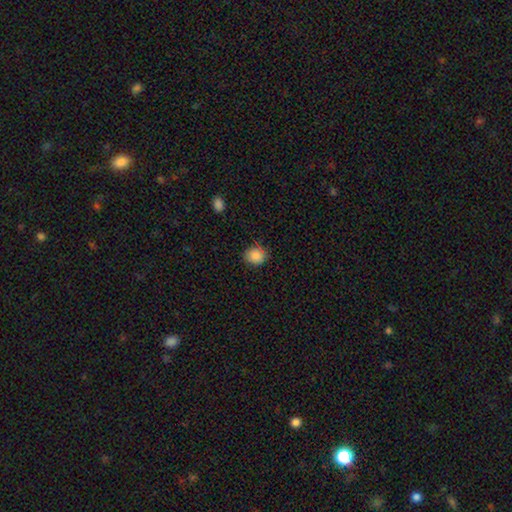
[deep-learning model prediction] This is clearly a smooth galaxy (87%). How rounded: likely round (77%). Merging: clearly none (83%).